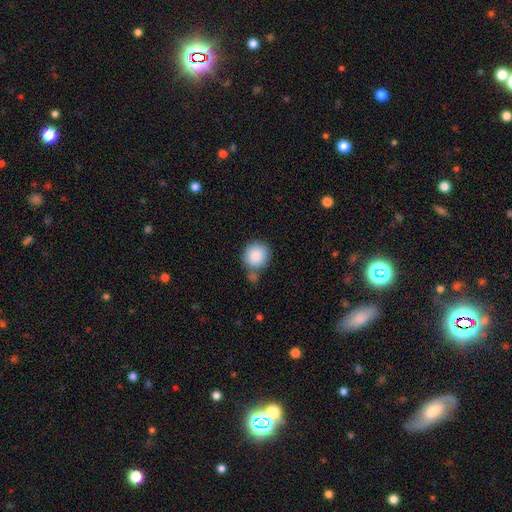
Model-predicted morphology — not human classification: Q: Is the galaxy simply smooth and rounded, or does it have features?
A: smooth — 88%.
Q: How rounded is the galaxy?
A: round — 85%.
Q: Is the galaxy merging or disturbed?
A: none — 59%.